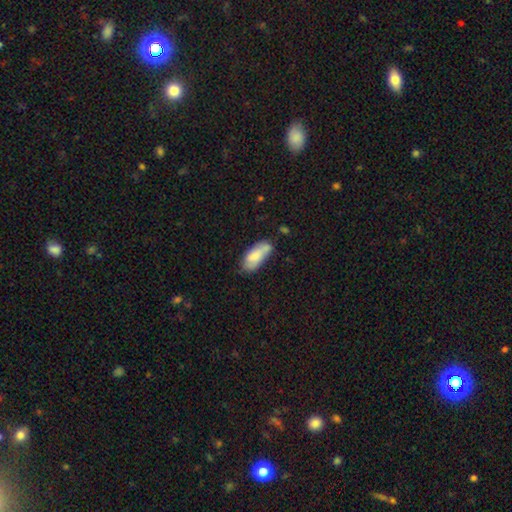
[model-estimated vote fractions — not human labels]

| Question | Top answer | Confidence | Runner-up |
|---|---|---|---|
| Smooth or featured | smooth | 73% | featured or disk (21%) |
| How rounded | in between | 83% | cigar-shaped (15%) |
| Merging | none | 52% | minor disturbance (32%) |